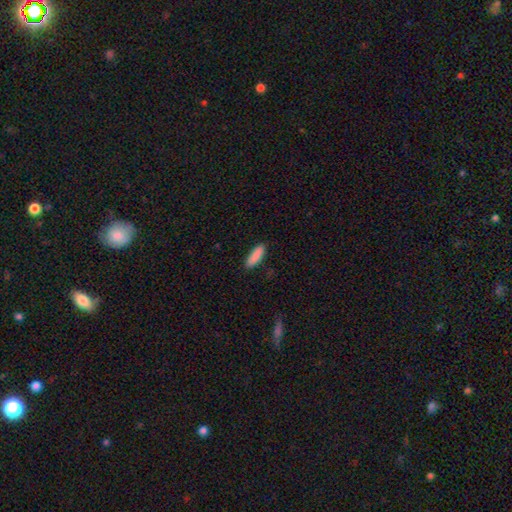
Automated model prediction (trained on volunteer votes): Smooth or featured?
  - smooth: 88% *
  - star or artifact: 6%
  - featured or disk: 6%
How rounded?
  - cigar-shaped: 61% *
  - in between: 38%
  - round: 1%
Merging?
  - none: 87% *
  - minor disturbance: 9%
  - major disturbance: 2%
  - merger: 1%